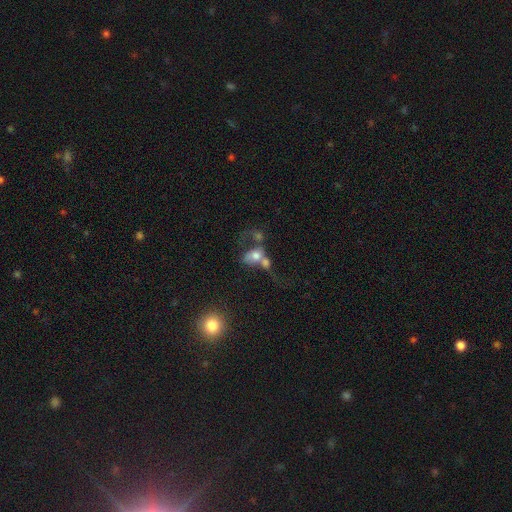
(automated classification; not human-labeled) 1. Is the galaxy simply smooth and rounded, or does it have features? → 54% smooth, 33% featured or disk, 13% star or artifact.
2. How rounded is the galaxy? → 62% in between, 36% round, 2% cigar-shaped.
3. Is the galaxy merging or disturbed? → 70% merger, 14% major disturbance, 10% none, 6% minor disturbance.